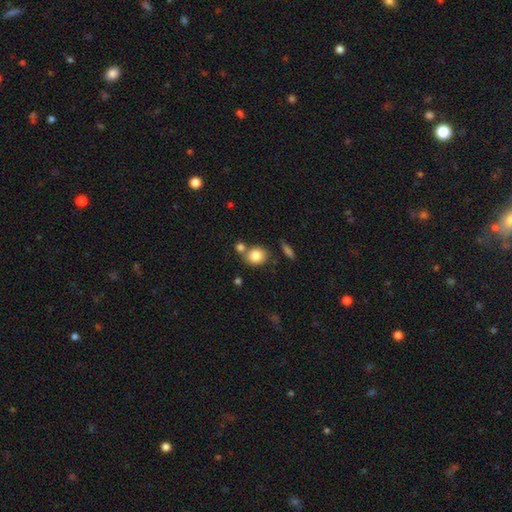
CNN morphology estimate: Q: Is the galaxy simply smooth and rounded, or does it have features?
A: smooth — 83%.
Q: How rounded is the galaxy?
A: round — 73%.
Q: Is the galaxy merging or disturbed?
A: none — 62%.